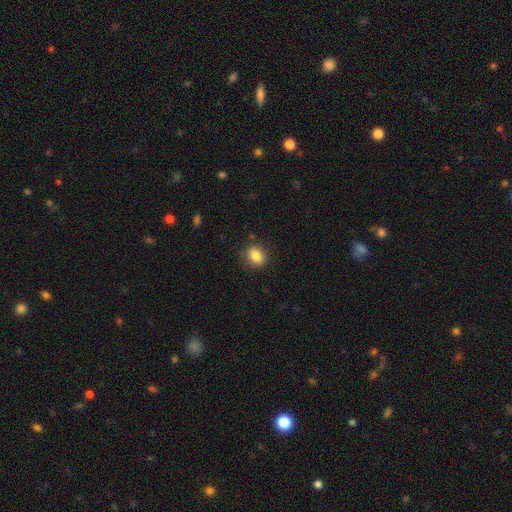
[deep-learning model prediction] smooth_or_featured: smooth (p=0.83) [alt: star or artifact p=0.10]
how_rounded: round (p=0.55) [alt: in between p=0.44]
merging: none (p=0.83) [alt: minor disturbance p=0.13]